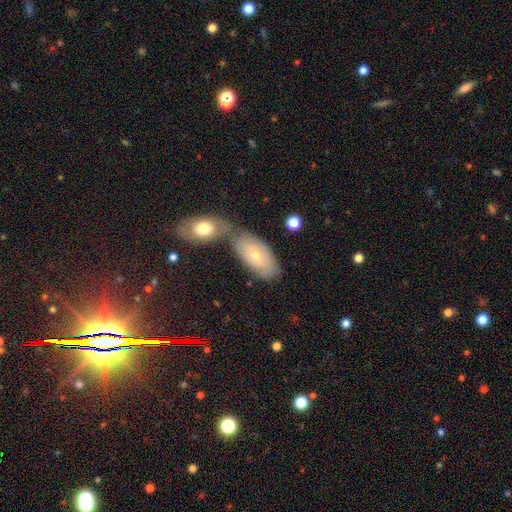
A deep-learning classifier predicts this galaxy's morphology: This appears to be a smooth galaxy with no disk features (59%) that is in between round and cigar-shaped (91%). Merging: none (43%).